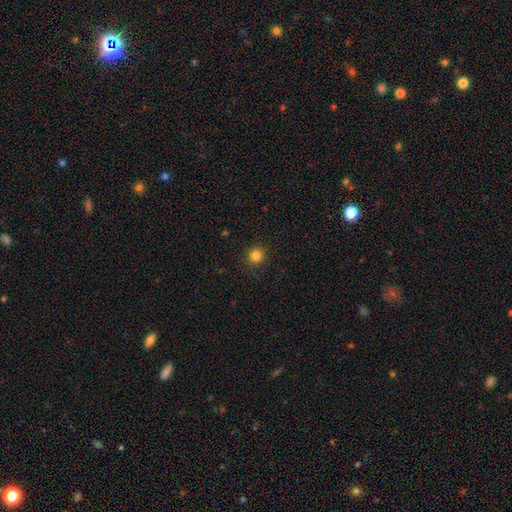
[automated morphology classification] smooth_or_featured: smooth (p=0.84) [alt: star or artifact p=0.12]
how_rounded: round (p=0.93) [alt: in between p=0.06]
merging: none (p=0.91) [alt: minor disturbance p=0.06]